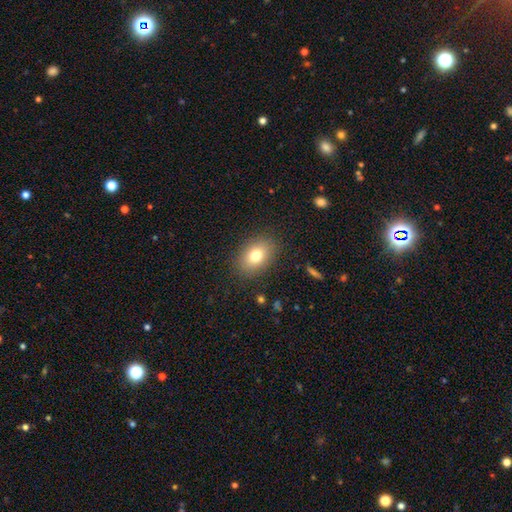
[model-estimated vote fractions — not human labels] Q: Smooth or featured?
A: smooth (77%); runner-up: featured or disk (13%)
Q: How rounded?
A: in between (79%); runner-up: round (20%)
Q: Merging?
A: none (86%); runner-up: minor disturbance (9%)